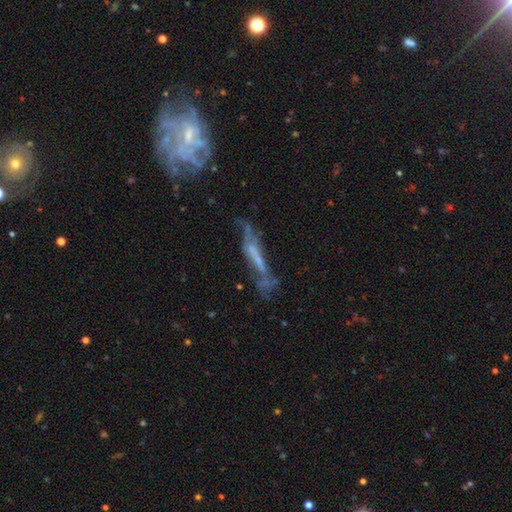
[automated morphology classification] smooth-or-featured: featured or disk: 62% | smooth: 26% | star or artifact: 12%
  disk-edge-on: no: 50% (tied) | yes: 50% (tied)
  merging: none: 44% | major disturbance: 24% | minor disturbance: 23% | merger: 9%